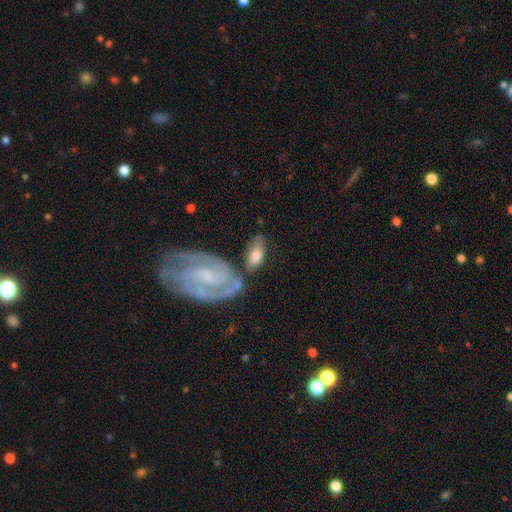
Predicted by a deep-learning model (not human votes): smooth_or_featured: smooth (p=0.63) [alt: featured or disk p=0.31]
how_rounded: in between (p=0.88) [alt: cigar-shaped p=0.08]
merging: none (p=0.56) [alt: minor disturbance p=0.19]